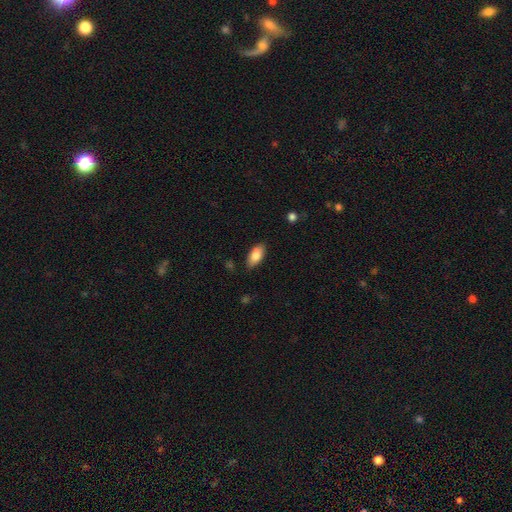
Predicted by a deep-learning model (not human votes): A smooth galaxy with no disk features (83%) that is in between round and cigar-shaped (91%). Merging: none (85%).